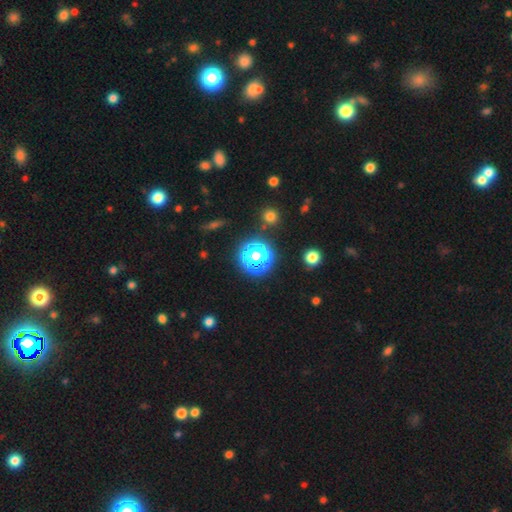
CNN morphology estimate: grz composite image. It shows a smooth galaxy with no disk features (45%). Merging: none (77%).